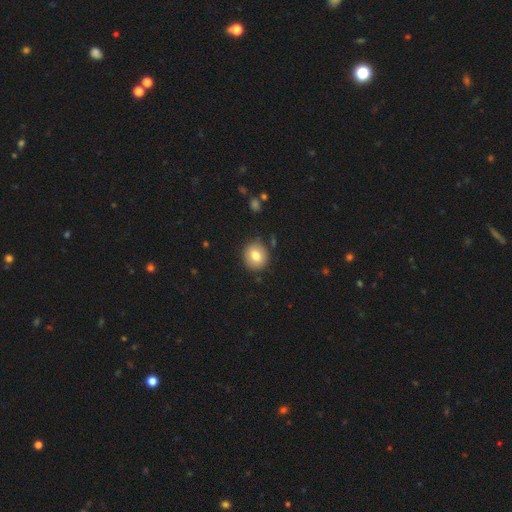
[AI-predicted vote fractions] Q: Smooth or featured?
A: smooth (77%); runner-up: featured or disk (14%)
Q: How rounded?
A: round (82%); runner-up: in between (17%)
Q: Merging?
A: none (87%); runner-up: minor disturbance (9%)